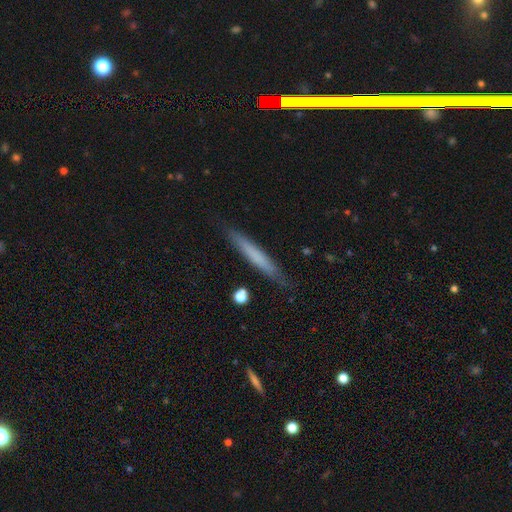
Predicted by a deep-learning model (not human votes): This appears to be a smooth galaxy with no disk features (64%) that is cigar-shaped (95%). Merging: none (85%).